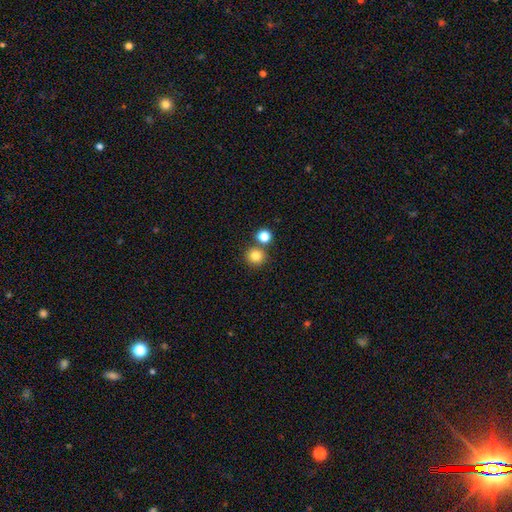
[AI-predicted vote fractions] The model was most divided on "merging": none: 75%, merger: 16%, minor disturbance: 7%, major disturbance: 2%. More confident: how rounded — round (93%); smooth or featured — smooth (81%).